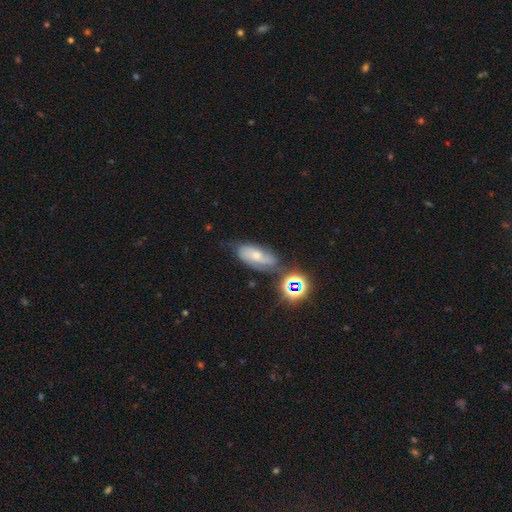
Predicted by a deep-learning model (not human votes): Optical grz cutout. It shows a featured or disk galaxy (43%). Merging: none (54%).